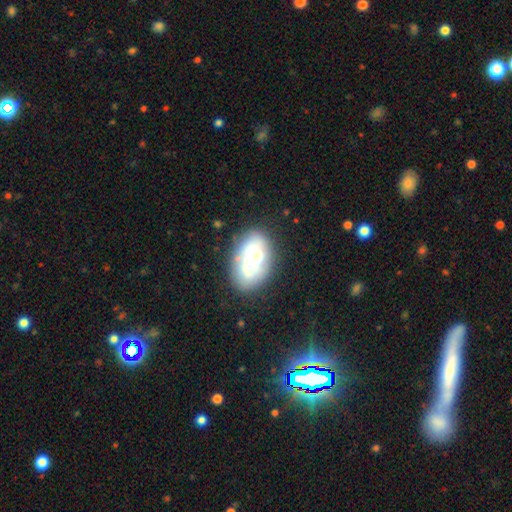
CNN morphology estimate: Smooth or featured? featured or disk (55%)
Edge-on disk? no (95%)
Bar? no (83%)
Spiral arms? no (60%)
Bulge size? moderate (62%)
Merging? none (59%)